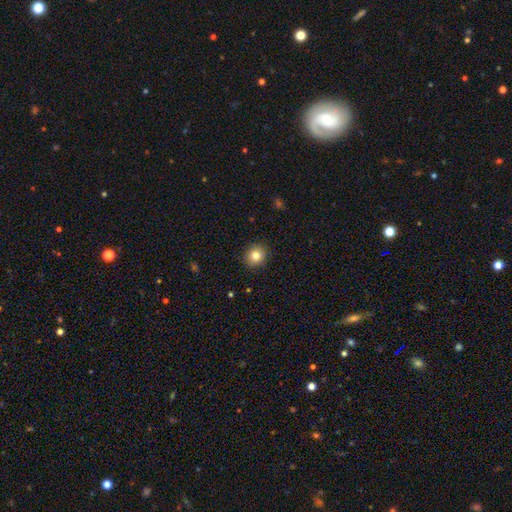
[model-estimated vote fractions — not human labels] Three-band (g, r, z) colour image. It shows a smooth galaxy with no disk features (81%) that is round (83%). Merging: none (90%).